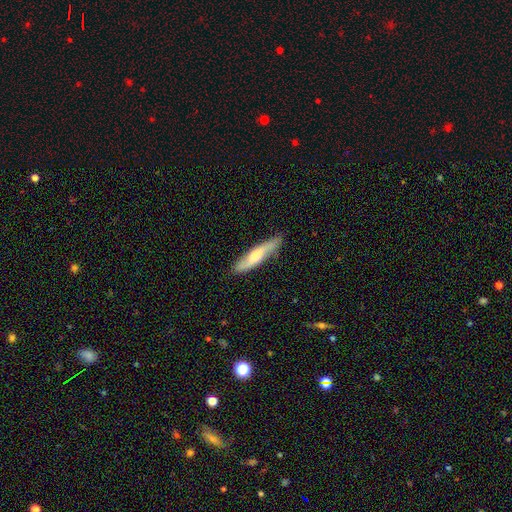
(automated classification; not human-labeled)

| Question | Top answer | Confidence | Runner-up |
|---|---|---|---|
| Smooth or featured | featured or disk | 48% | smooth (47%) |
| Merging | none | 81% | minor disturbance (15%) |